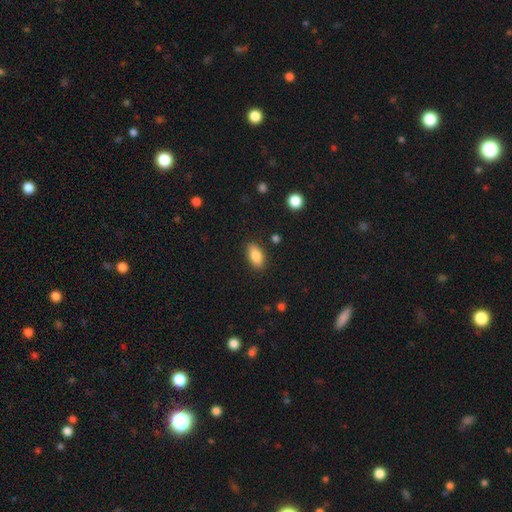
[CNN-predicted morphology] The model was most divided on "merging": none: 86%, minor disturbance: 10%, major disturbance: 2%, merger: 1%. More confident: how rounded — in between (91%); smooth or featured — smooth (85%).